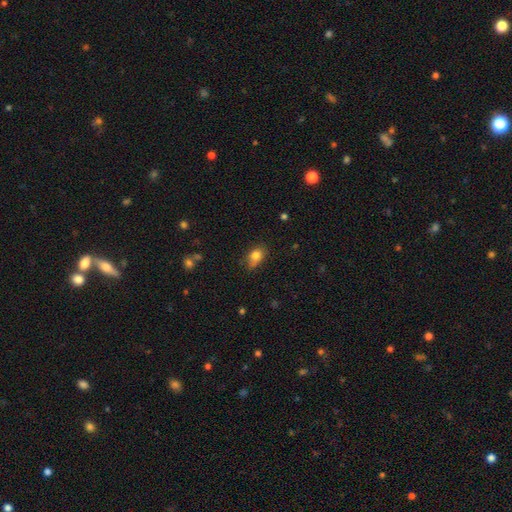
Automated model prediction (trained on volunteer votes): A smooth galaxy with no disk features (80%) that is in between round and cigar-shaped (75%).

Vote fractions:
- Smooth or featured? smooth: 80% / star or artifact: 10% / featured or disk: 10%
- How rounded? in between: 75% / round: 22% / cigar-shaped: 2%
- Merging? none: 64% / minor disturbance: 28% / major disturbance: 6% / merger: 3%